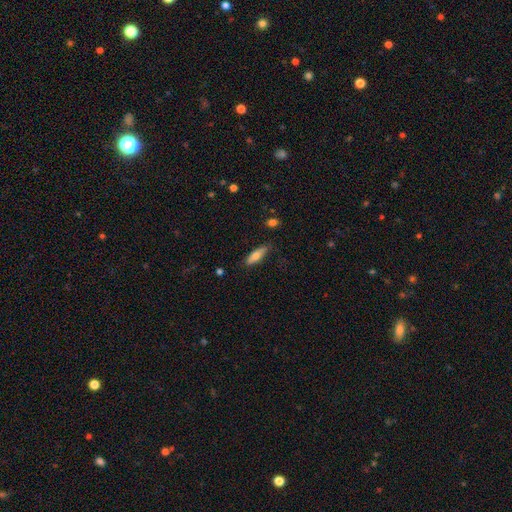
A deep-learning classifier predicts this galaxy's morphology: Smooth or featured? smooth (71%)
How rounded? cigar-shaped (50%)
Merging? none (78%)